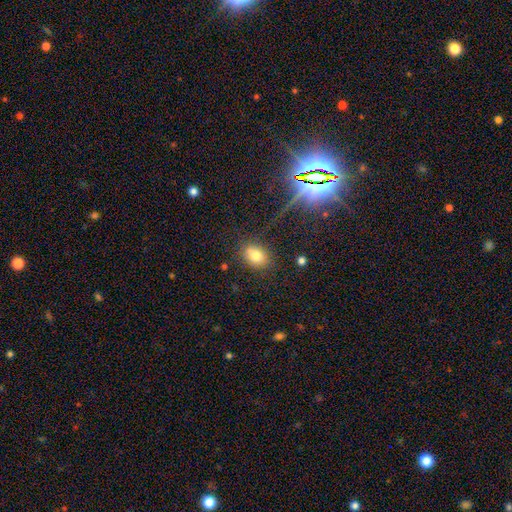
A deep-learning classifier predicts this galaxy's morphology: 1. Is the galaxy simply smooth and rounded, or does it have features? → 77% smooth, 12% star or artifact, 10% featured or disk.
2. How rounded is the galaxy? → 68% in between, 31% round, 1% cigar-shaped.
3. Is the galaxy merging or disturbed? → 79% none, 14% minor disturbance, 4% major disturbance, 3% merger.